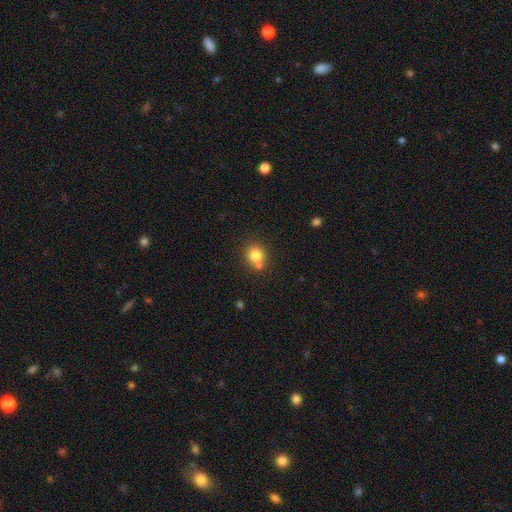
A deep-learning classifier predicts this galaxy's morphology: The model was most divided on "merging": none: 62%, merger: 25%, minor disturbance: 10%, major disturbance: 3%. More confident: how rounded — round (83%); smooth or featured — smooth (79%).